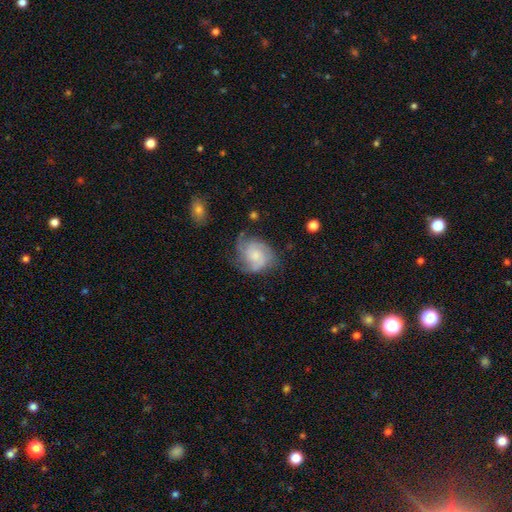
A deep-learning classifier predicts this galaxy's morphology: type=featured or disk (63%); edge-on=no (98%); bar=no (73%); spiral arms=yes (90%); winding=tight (42%, tied with medium); arm count=3 (33%); bulge=small (41%); merging=none (56%).